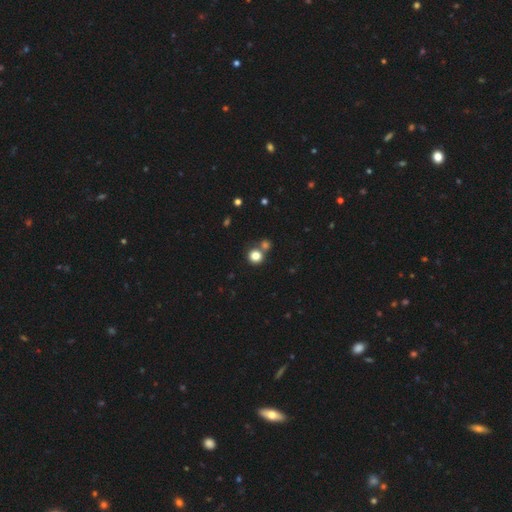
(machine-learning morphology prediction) Smooth or featured? Predicted: smooth (p=0.81). How rounded? Predicted: round (p=0.90). Merging? Predicted: none (p=0.65).